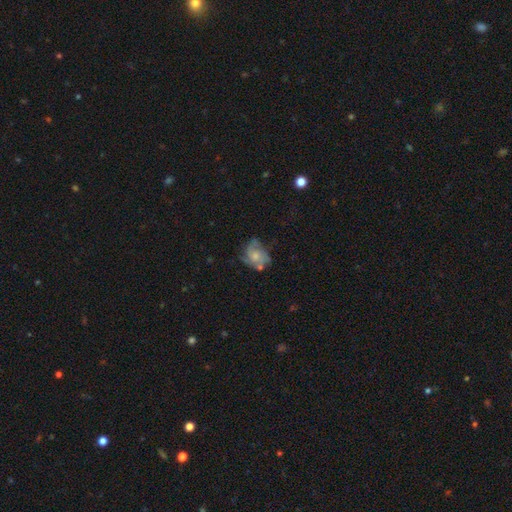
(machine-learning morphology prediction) A featured or disk galaxy (62%) with no bar (83%), spiral arms (77%) and a small central bulge (49%).

Vote fractions:
- Smooth or featured? featured or disk: 62% / smooth: 30% / star or artifact: 8%
- Edge-on disk? no: 98% / yes: 2%
- Bar? no: 83% / weak: 15% / strong: 2%
- Spiral arms? yes: 77% / no: 23%
- Bulge size? small: 49% / moderate: 42% / none: 5% / large: 3% / dominant: 1%
- Merging? none: 49% / minor disturbance: 28% / major disturbance: 17% / merger: 6%